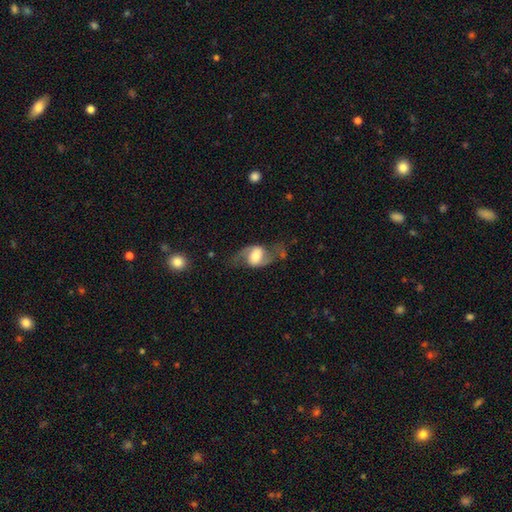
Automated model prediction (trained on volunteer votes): Overall: featured or disk (70%). Edge-on disk: no (94%). Bar: weak (41%; no 34%). Spiral arms: yes (86%). Spiral arm count: 2 (90%). Spiral winding: loose (53%; medium 38%). Bulge size: moderate (40%; large 34%). Merging: none (62%).